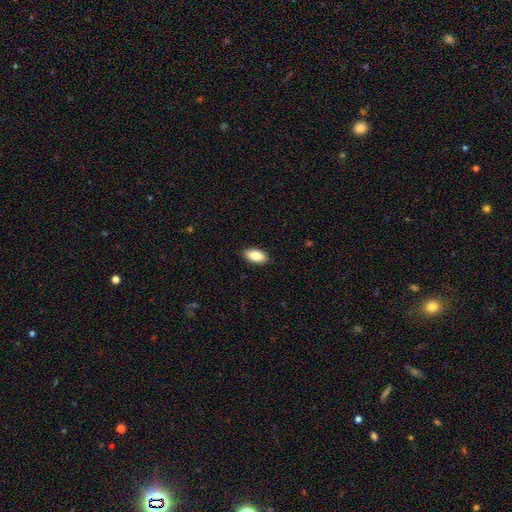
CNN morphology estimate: The model was most divided on "smooth or featured": smooth: 83%, featured or disk: 10%, star or artifact: 7%. More confident: how rounded — in between (93%); merging — none (89%).